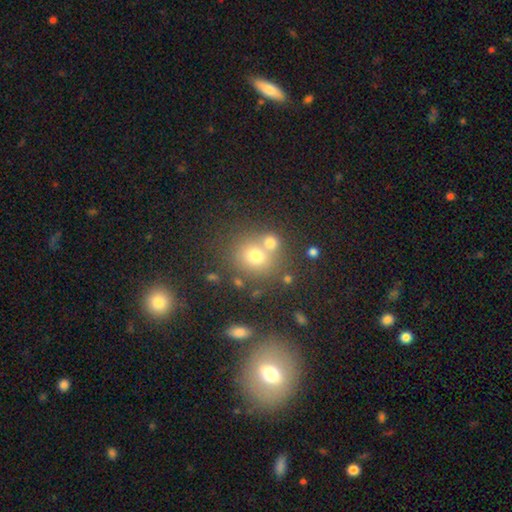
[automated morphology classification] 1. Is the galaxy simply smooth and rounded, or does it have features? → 71% smooth, 15% star or artifact, 14% featured or disk.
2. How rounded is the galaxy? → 81% round, 18% in between, 1% cigar-shaped.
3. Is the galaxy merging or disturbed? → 56% none, 31% merger, 9% minor disturbance, 4% major disturbance.